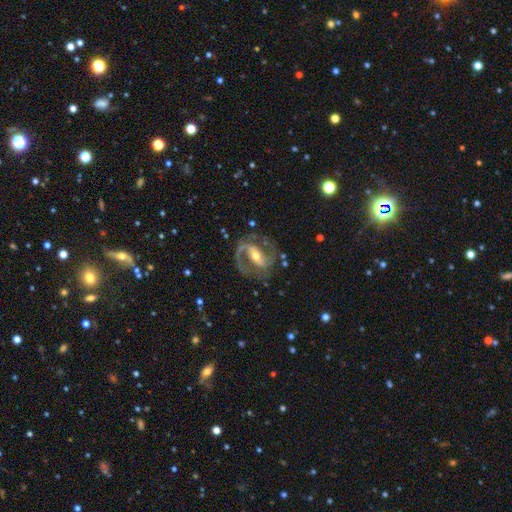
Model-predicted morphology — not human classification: Smooth or featured? featured or disk (91%)
Edge-on disk? no (97%)
Bar? strong (51%)
Spiral arms? yes (97%)
Spiral winding? medium (61%)
Spiral arm count? 2 (90%)
Bulge size? moderate (60%)
Merging? none (77%)